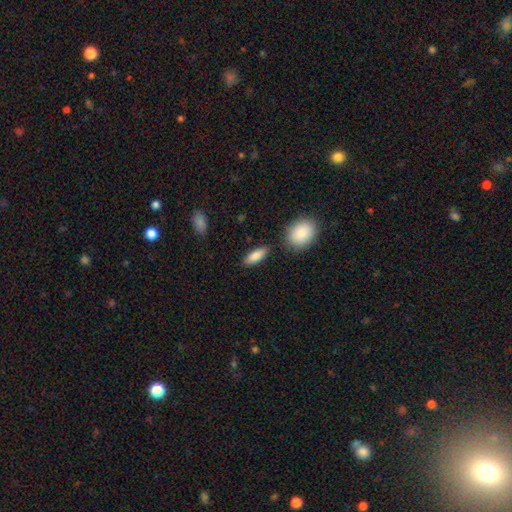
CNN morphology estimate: A smooth galaxy with no disk features (85%) that is in between round and cigar-shaped (71%). Merging: none (81%).